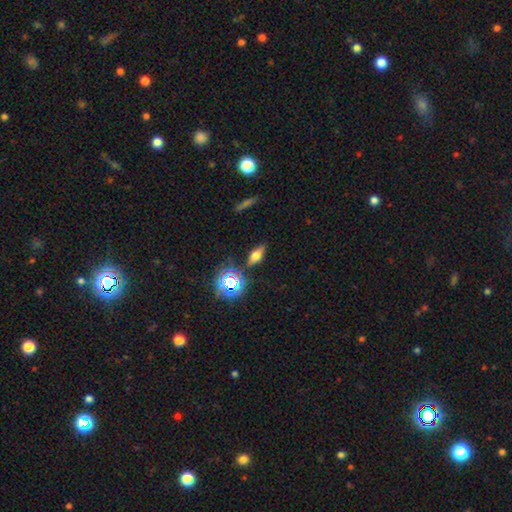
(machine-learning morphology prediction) smooth-or-featured: smooth: 55% | featured or disk: 24% | star or artifact: 21%
  how-rounded: in between: 68% | cigar-shaped: 22% | round: 10%
  merging: none: 80% | minor disturbance: 13% | major disturbance: 4% | merger: 3%